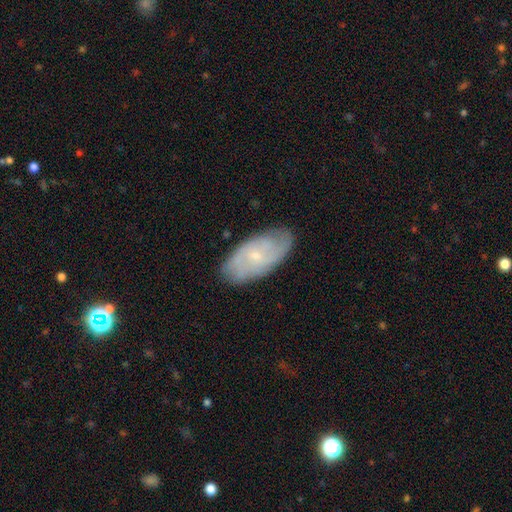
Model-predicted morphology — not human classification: This is likely a featured or disk galaxy (66%). It is clearly not viewed edge-on (93%). Bar: likely no (65%). Spiral arm pattern: clearly yes (88%). Spiral arm count: marginally can't tell (39%). Spiral winding: marginally tight (45%). Central bulge: likely small (77%). Merging: clearly none (80%).